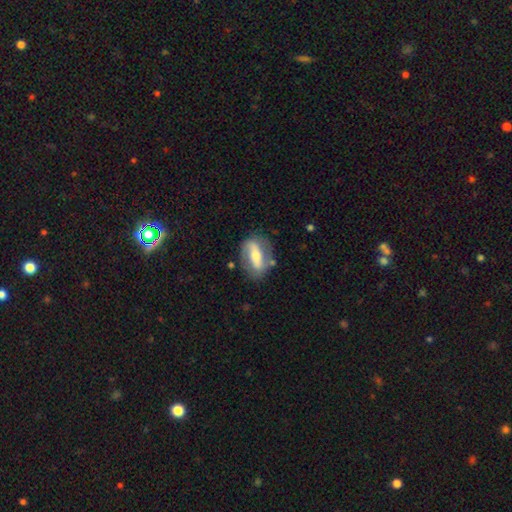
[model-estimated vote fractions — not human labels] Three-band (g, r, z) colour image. It shows a featured or disk galaxy (66%) with a strong bar (60%), spiral arms (60%) and a moderate central bulge (63%). Merging: none (73%).